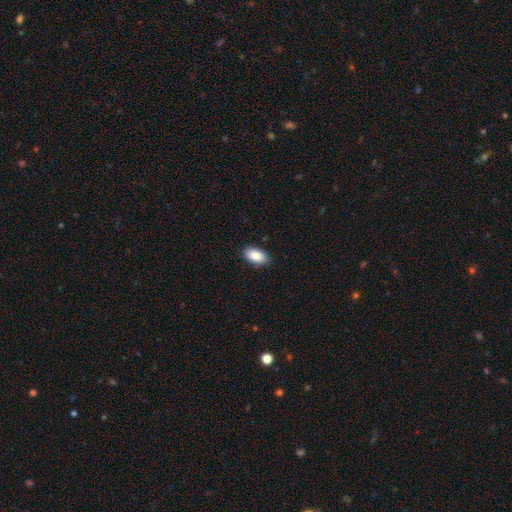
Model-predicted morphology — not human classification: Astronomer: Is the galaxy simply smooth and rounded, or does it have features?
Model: smooth — 88%.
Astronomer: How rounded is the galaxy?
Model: in between — 94%.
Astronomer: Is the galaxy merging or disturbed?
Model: none — 88%.